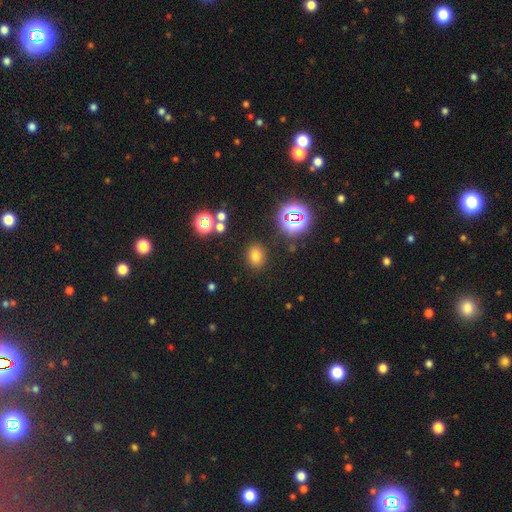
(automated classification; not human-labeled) This appears to be a smooth galaxy with no disk features (72%) that is in between round and cigar-shaped (52%). Merging: none (86%).